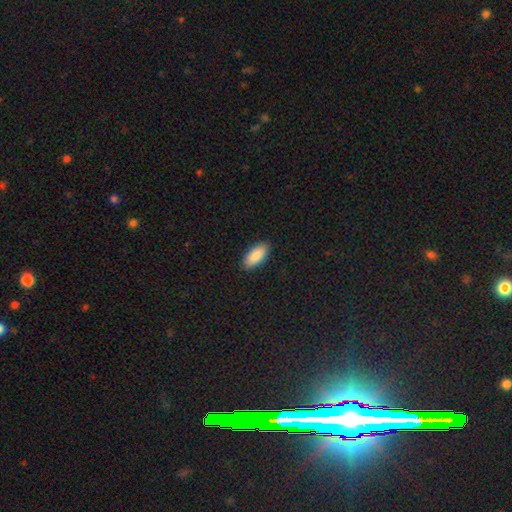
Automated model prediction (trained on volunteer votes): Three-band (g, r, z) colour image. It shows a smooth galaxy with no disk features (89%) that is in between round and cigar-shaped (88%). Merging: none (89%).